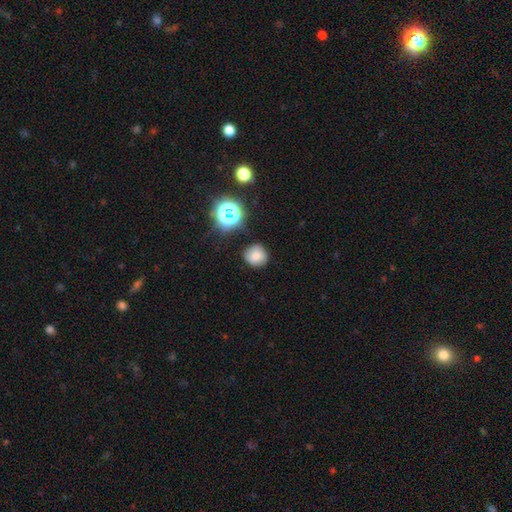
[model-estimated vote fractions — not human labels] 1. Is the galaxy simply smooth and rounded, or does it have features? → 76% smooth, 16% star or artifact, 9% featured or disk.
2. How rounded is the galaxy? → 89% round, 10% in between, 1% cigar-shaped.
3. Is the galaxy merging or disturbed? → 81% none, 13% minor disturbance, 3% major disturbance, 3% merger.